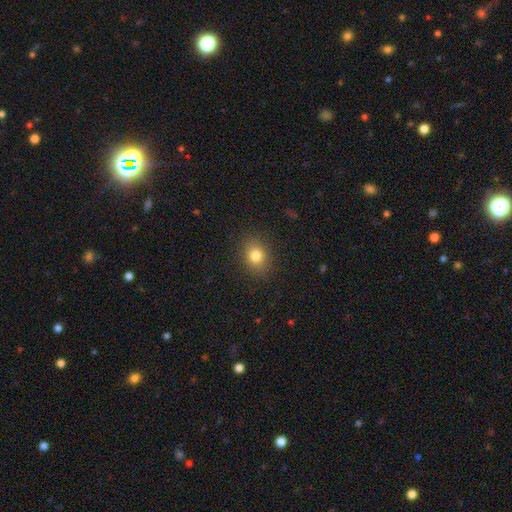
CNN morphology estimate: smooth 80%, star or artifact 12%, featured or disk 8%. Down the decision tree: how rounded — round (55%); merging — none (88%).